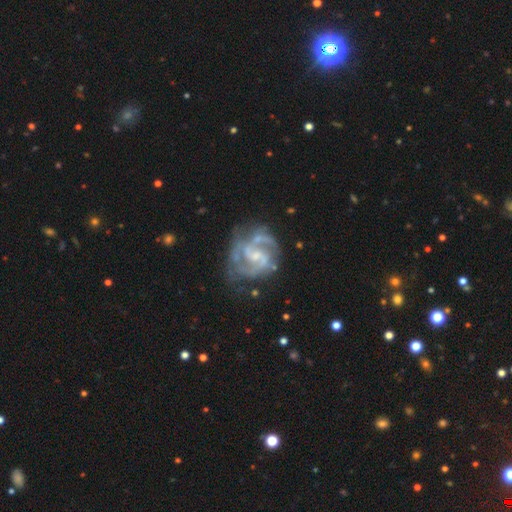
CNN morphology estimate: Overall: featured or disk (90%). Edge-on disk: no (98%). Bar: weak (52%; no 34%). Spiral arms: yes (97%). Spiral arm count: 2 (71%). Spiral winding: medium (55%; tight 34%). Bulge size: small (55%; moderate 30%). Merging: none (63%).